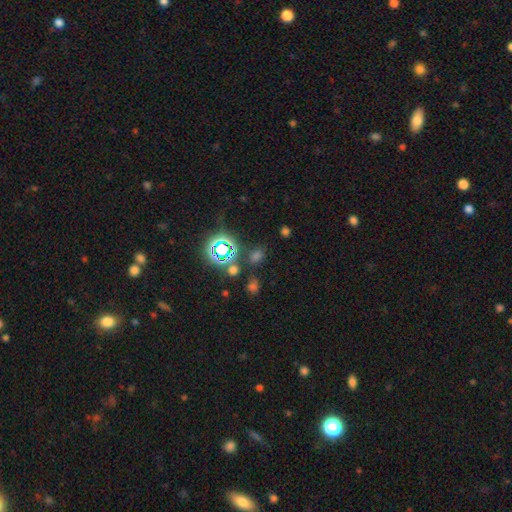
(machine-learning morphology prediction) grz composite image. It shows a star or artifact, not a galaxy (50%).